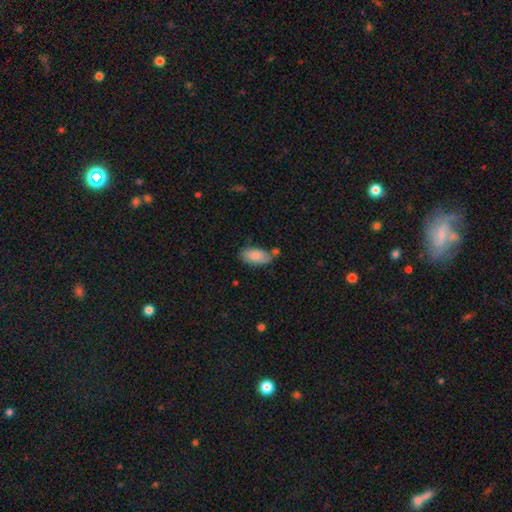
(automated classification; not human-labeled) Morphology: type=smooth (85%); roundness=in between (92%); merging=none (64%).